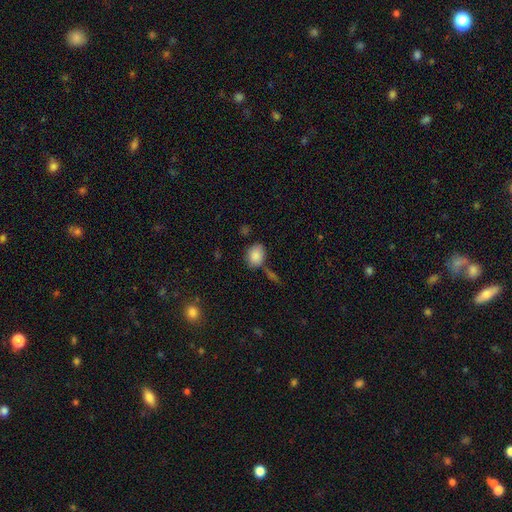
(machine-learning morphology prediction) Overall: smooth (85%). How rounded: in between (56%; round 43%). Merging: none (65%).